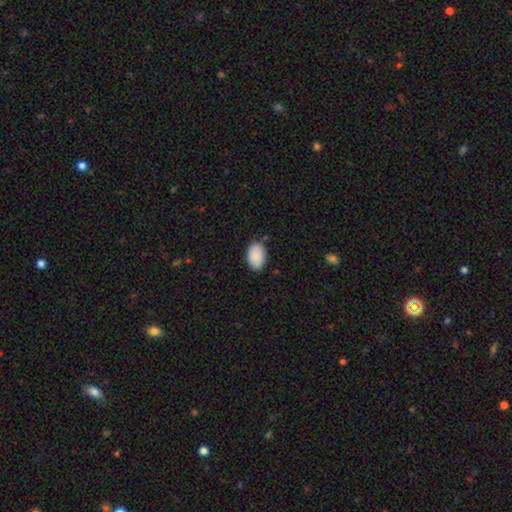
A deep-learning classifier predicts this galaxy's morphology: The model was most divided on "merging": none: 81%, minor disturbance: 15%, major disturbance: 3%, merger: 2%. More confident: how rounded — in between (90%); smooth or featured — smooth (88%).